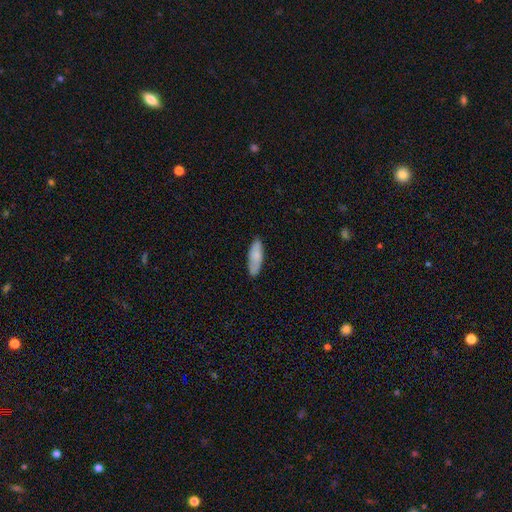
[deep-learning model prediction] Morphology: type=smooth (81%); roundness=in between (53%); merging=none (84%).